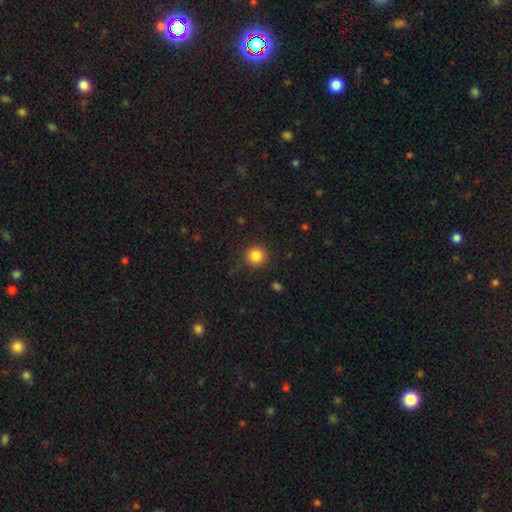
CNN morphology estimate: A smooth galaxy with no disk features (85%) that is round (94%).

Vote fractions:
- Smooth or featured? smooth: 85% / star or artifact: 10% / featured or disk: 5%
- How rounded? round: 94% / in between: 5% / cigar-shaped: 1%
- Merging? none: 89% / minor disturbance: 7% / major disturbance: 2% / merger: 1%